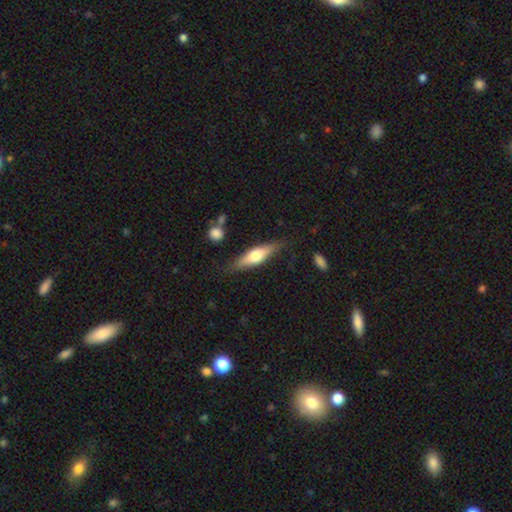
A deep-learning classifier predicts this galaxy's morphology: Overall: smooth (50%; featured or disk 44%). How rounded: cigar-shaped (60%; in between 37%). Merging: none (80%).